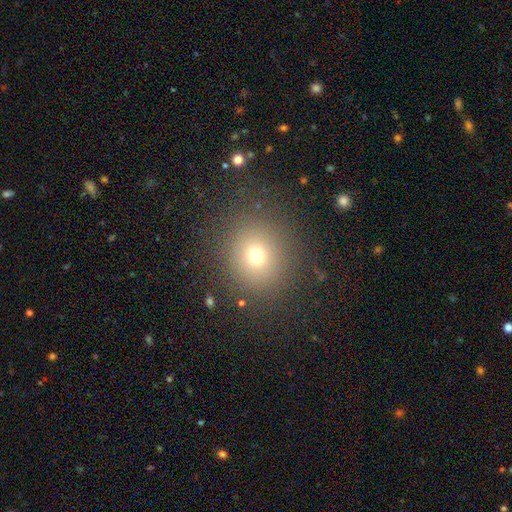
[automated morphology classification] Smooth or featured: smooth — 70% (star or artifact — 19%)
How rounded: round — 87% (in between — 12%)
Merging: none — 87% (minor disturbance — 7%)